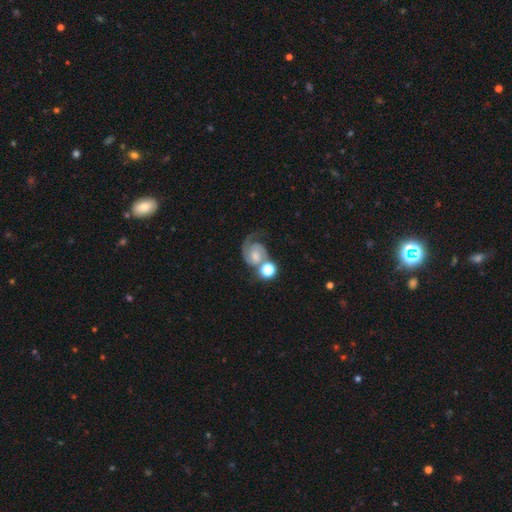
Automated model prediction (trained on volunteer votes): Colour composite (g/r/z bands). It shows a featured or disk galaxy (72%) with no bar (68%), 2 (61%) medium (45%) spiral arms (93%) and a small central bulge (37%, tied with moderate). Merging: none (37%).